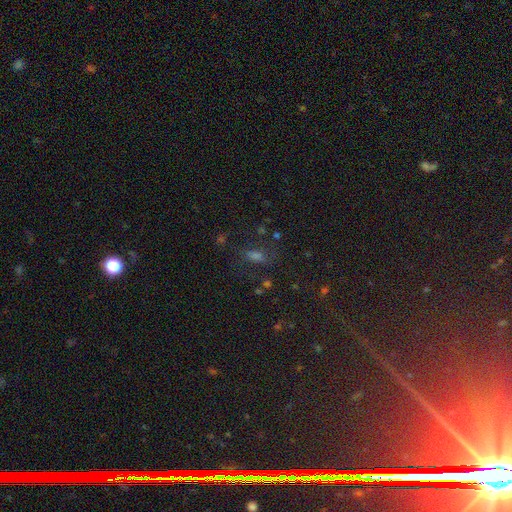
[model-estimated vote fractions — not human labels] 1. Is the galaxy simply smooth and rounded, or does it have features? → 47% smooth, 39% star or artifact, 14% featured or disk.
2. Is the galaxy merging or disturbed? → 70% none, 16% minor disturbance, 9% major disturbance, 5% merger.